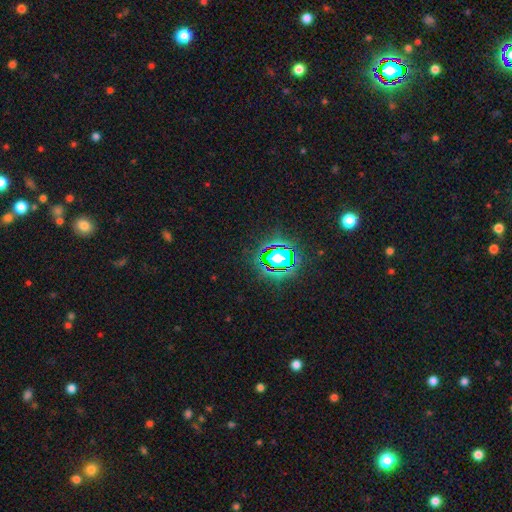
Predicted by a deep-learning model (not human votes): Overall: star or artifact (81%).